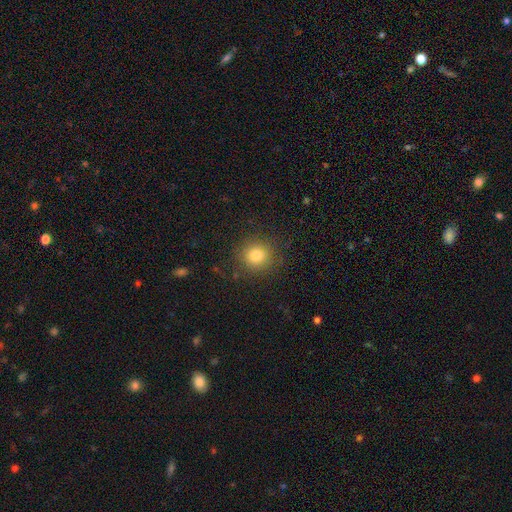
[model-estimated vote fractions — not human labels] A smooth galaxy with no disk features (79%) that is round (90%).

Vote fractions:
- Smooth or featured? smooth: 79% / star or artifact: 14% / featured or disk: 7%
- How rounded? round: 90% / in between: 9% / cigar-shaped: 1%
- Merging? none: 88% / minor disturbance: 8% / major disturbance: 3% / merger: 1%